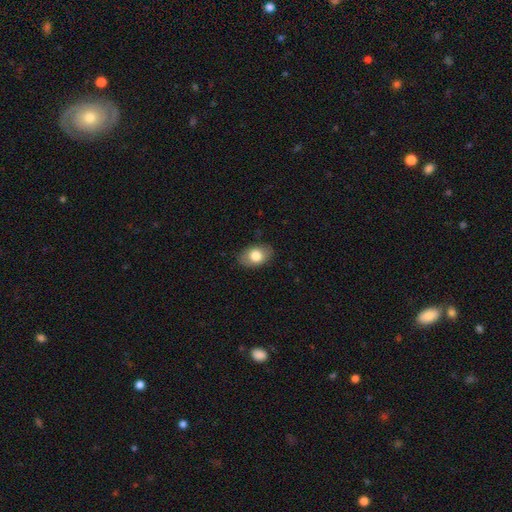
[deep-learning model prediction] Smooth or featured? Predicted: smooth (p=0.78). How rounded? Predicted: in between (p=0.86). Merging? Predicted: none (p=0.85).